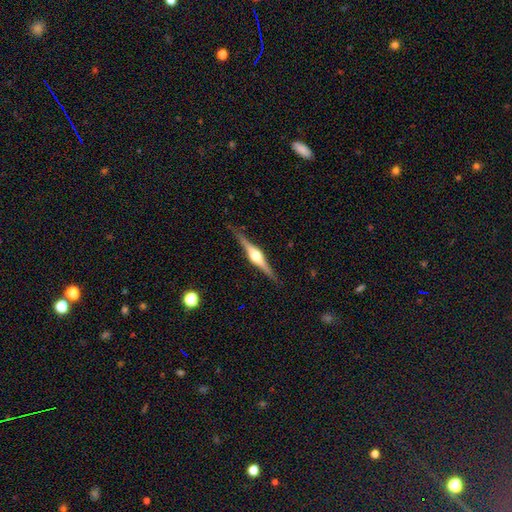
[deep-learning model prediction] The model was most divided on "smooth or featured": featured or disk: 84%, smooth: 11%, star or artifact: 5%. More confident: edge-on disk — yes (98%); edge-on bulge — rounded (93%); merging — none (89%).